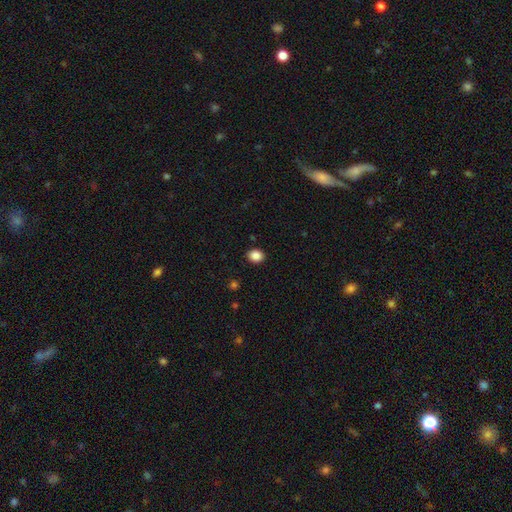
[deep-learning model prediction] Smooth or featured?
  - smooth: 86% *
  - star or artifact: 10%
  - featured or disk: 4%
How rounded?
  - round: 57% *
  - in between: 42%
  - cigar-shaped: 1%
Merging?
  - none: 90% *
  - minor disturbance: 7%
  - major disturbance: 2%
  - merger: 1%